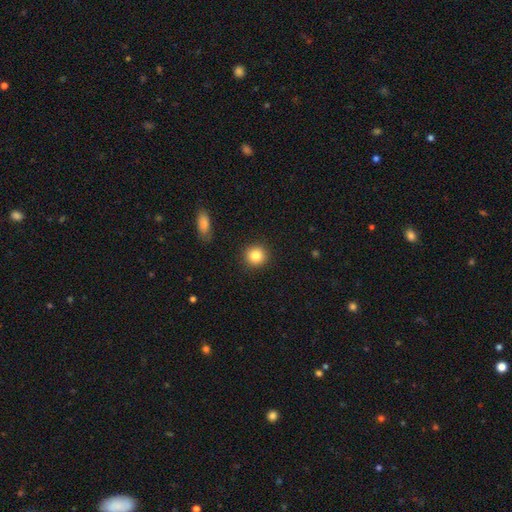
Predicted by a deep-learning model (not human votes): Smooth or featured? Predicted: smooth (p=0.84). How rounded? Predicted: round (p=0.93). Merging? Predicted: none (p=0.91).